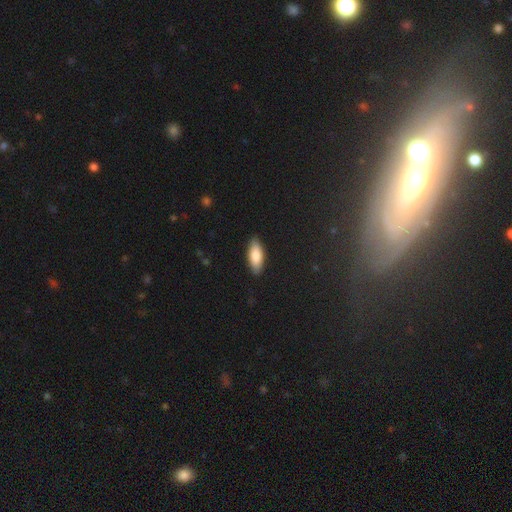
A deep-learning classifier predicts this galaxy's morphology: Smooth or featured?
  - smooth: 83% *
  - featured or disk: 11%
  - star or artifact: 6%
How rounded?
  - in between: 76% *
  - cigar-shaped: 22%
  - round: 2%
Merging?
  - none: 88% *
  - minor disturbance: 10%
  - major disturbance: 2%
  - merger: 1%